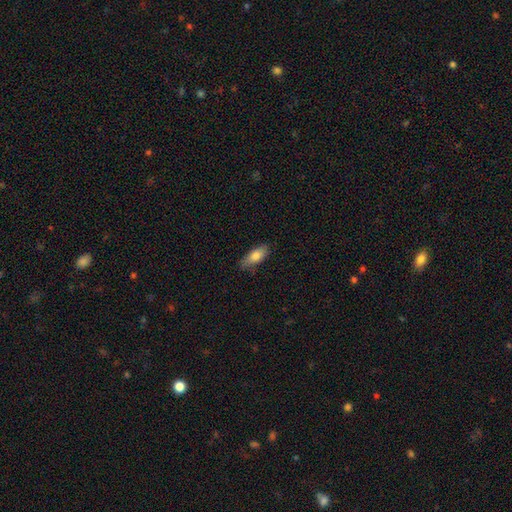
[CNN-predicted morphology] Q: Smooth or featured?
A: smooth (80%); runner-up: featured or disk (14%)
Q: How rounded?
A: in between (78%); runner-up: cigar-shaped (20%)
Q: Merging?
A: none (75%); runner-up: minor disturbance (20%)